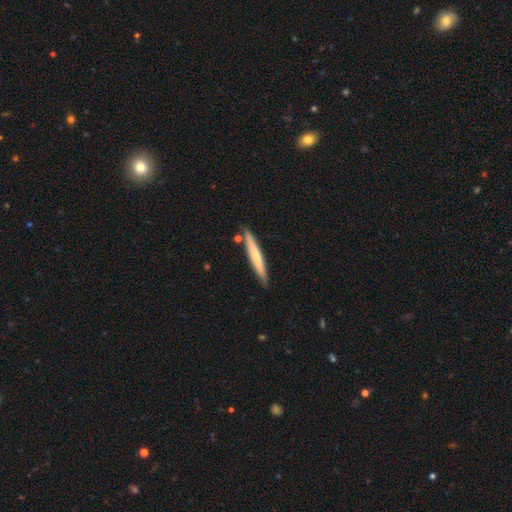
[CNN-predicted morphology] Smooth or featured: smooth — 56% (featured or disk — 39%)
How rounded: cigar-shaped — 95% (in between — 3%)
Merging: none — 86% (minor disturbance — 9%)